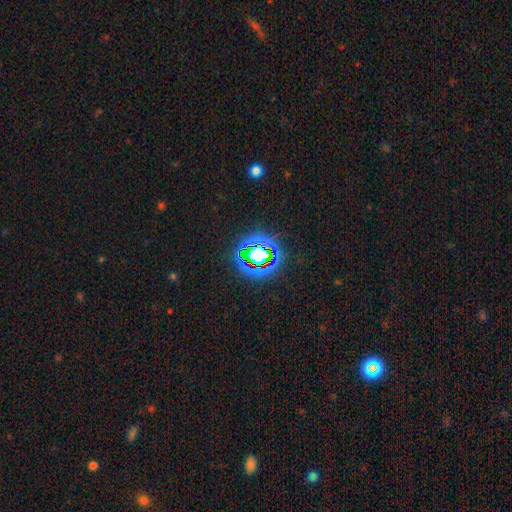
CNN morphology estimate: Overall: star or artifact (66%).